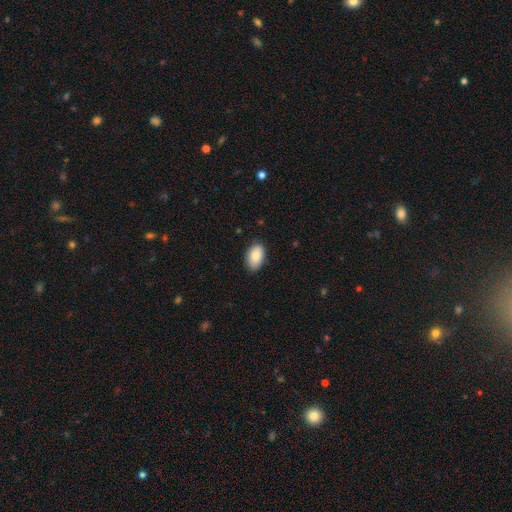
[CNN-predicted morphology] Smooth or featured: smooth — 84% (featured or disk — 9%)
How rounded: in between — 92% (round — 7%)
Merging: none — 84% (minor disturbance — 12%)